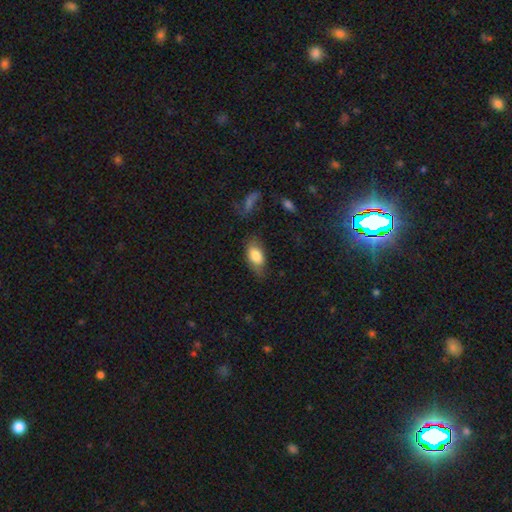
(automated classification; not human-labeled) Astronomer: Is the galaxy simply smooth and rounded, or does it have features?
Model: smooth — 80%.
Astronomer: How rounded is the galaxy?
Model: in between — 91%.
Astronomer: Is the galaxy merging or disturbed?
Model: none — 66%.